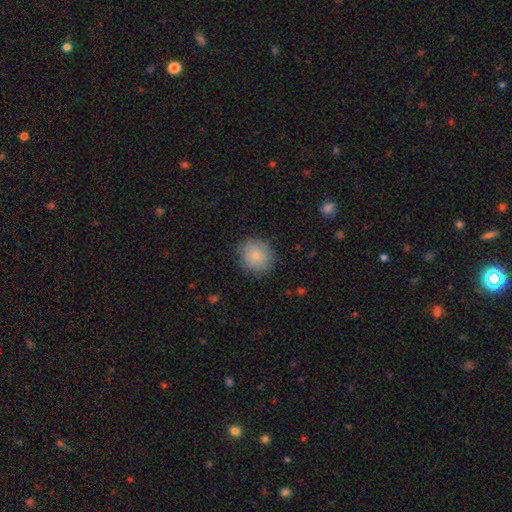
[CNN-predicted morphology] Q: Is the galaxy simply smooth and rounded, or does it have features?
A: smooth — 82%.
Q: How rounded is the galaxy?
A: round — 87%.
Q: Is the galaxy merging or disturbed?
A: none — 84%.